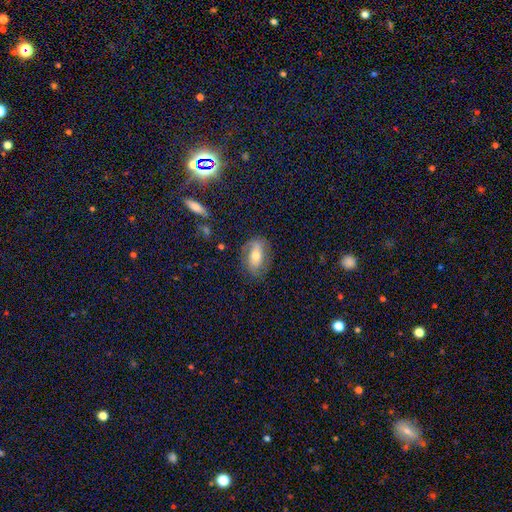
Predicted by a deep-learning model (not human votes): A featured or disk galaxy (48%).

Vote fractions:
- Smooth or featured? featured or disk: 48% / smooth: 42% / star or artifact: 10%
- Merging? none: 72% / minor disturbance: 18% / major disturbance: 8% / merger: 2%